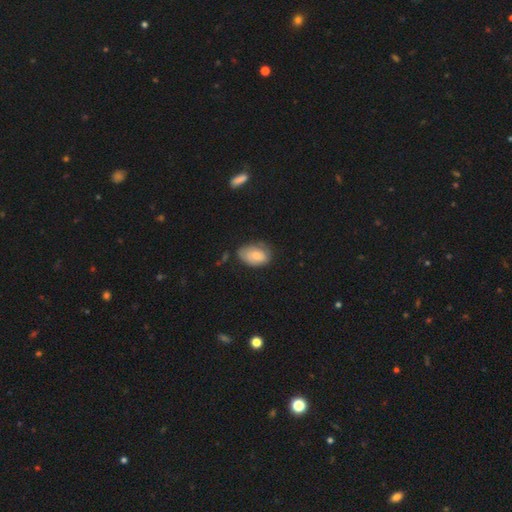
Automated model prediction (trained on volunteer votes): Morphology: type=smooth (68%); roundness=in between (88%); merging=none (56%).